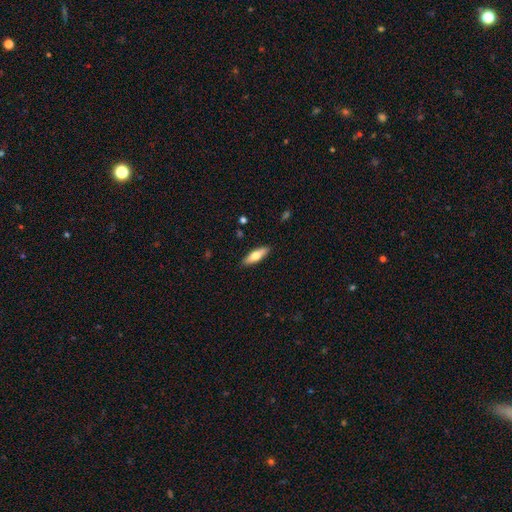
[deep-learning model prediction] smooth 63%, featured or disk 31%, star or artifact 6%. Down the decision tree: how rounded — in between (53%); merging — none (90%).